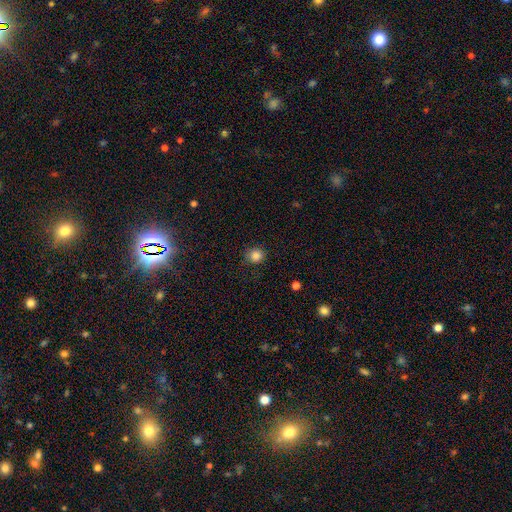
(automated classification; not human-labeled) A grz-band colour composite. It shows a smooth galaxy with no disk features (85%) that is round (85%). Merging: none (85%).